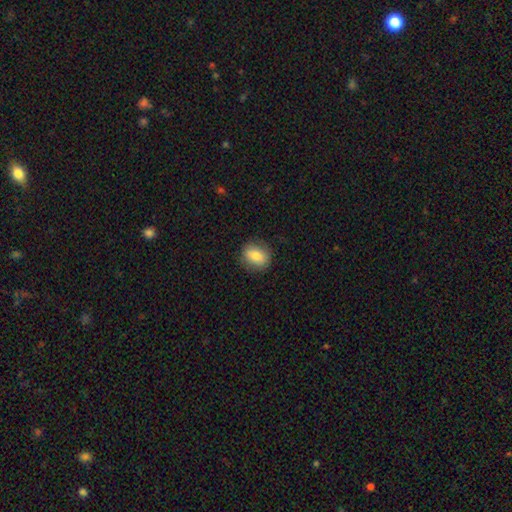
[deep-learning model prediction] Morphology: type=smooth (78%); roundness=in between (53%); merging=none (84%).